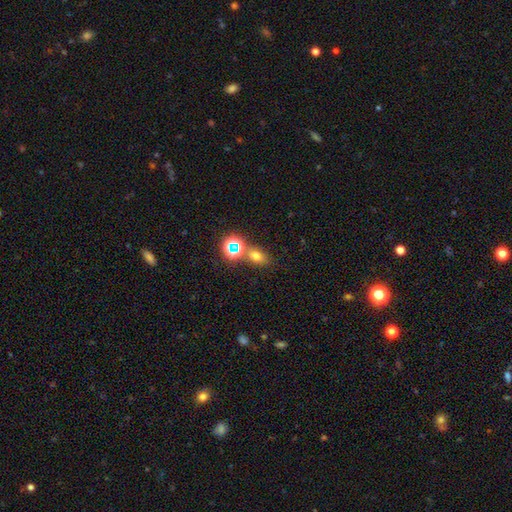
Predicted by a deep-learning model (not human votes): Smooth or featured?
  - smooth: 62% *
  - star or artifact: 27%
  - featured or disk: 11%
How rounded?
  - in between: 65% *
  - round: 32%
  - cigar-shaped: 2%
Merging?
  - none: 67% *
  - merger: 18%
  - minor disturbance: 11%
  - major disturbance: 4%